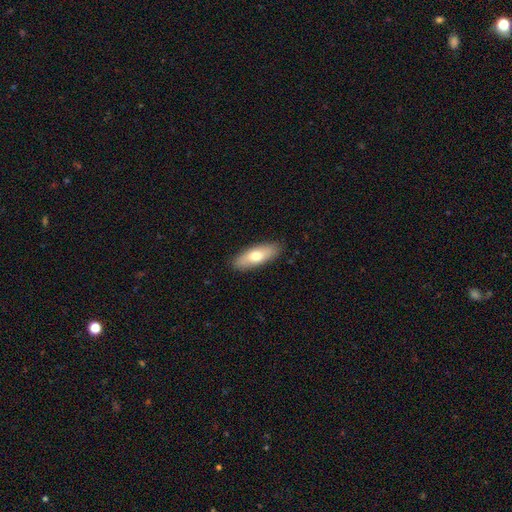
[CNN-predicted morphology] Smooth or featured?
  - smooth: 69% *
  - featured or disk: 25%
  - star or artifact: 6%
How rounded?
  - in between: 67% *
  - cigar-shaped: 30%
  - round: 3%
Merging?
  - none: 87% *
  - minor disturbance: 10%
  - major disturbance: 2%
  - merger: 1%